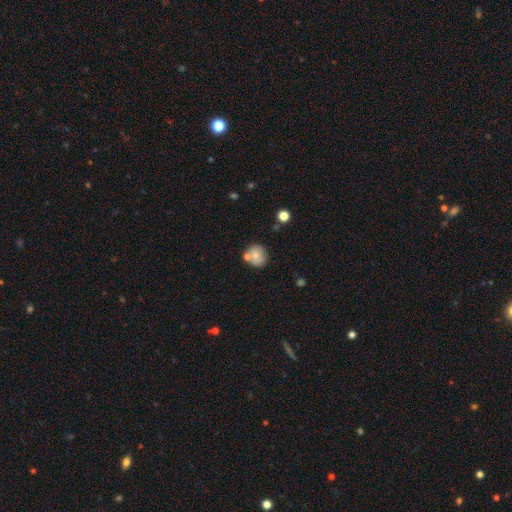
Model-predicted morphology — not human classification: A smooth galaxy with no disk features (75%) that is round (86%).

Vote fractions:
- Smooth or featured? smooth: 75% / featured or disk: 16% / star or artifact: 10%
- How rounded? round: 86% / in between: 13% / cigar-shaped: 1%
- Merging? none: 66% / merger: 19% / minor disturbance: 12% / major disturbance: 3%